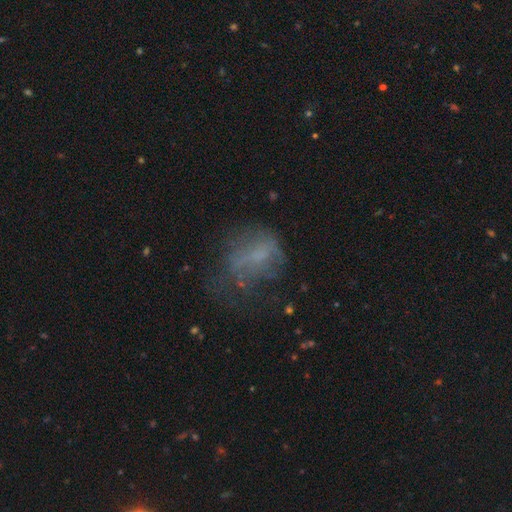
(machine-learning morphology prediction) Smooth or featured?
  - smooth: 41% *
  - featured or disk: 39%
  - star or artifact: 20%
Merging?
  - none: 39% *
  - major disturbance: 34%
  - minor disturbance: 23%
  - merger: 4%